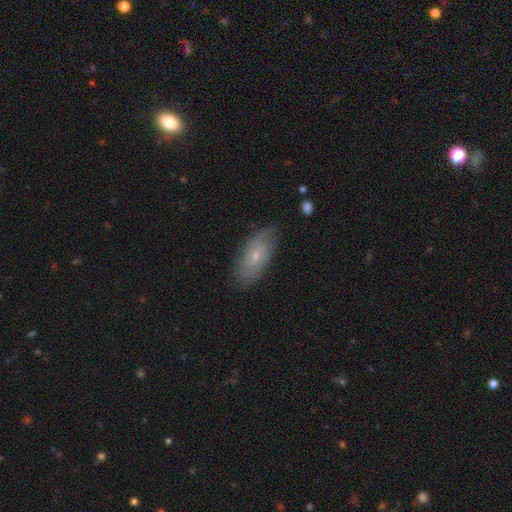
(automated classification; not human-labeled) This is possibly a featured or disk galaxy (48%). Merging: likely none (77%).